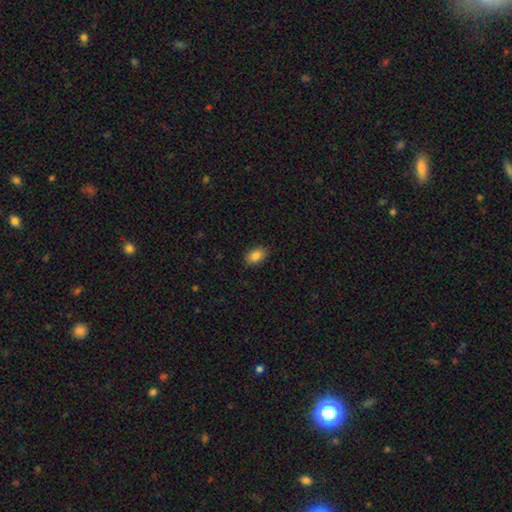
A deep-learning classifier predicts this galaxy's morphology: smooth 85%, star or artifact 9%, featured or disk 6%. Down the decision tree: how rounded — in between (83%); merging — none (86%).